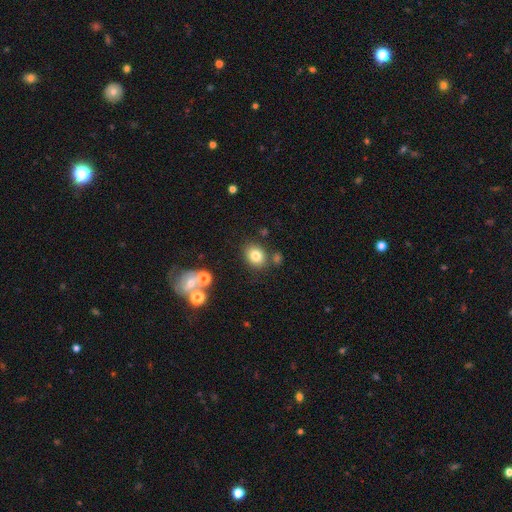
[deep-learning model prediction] Smooth or featured? Predicted: smooth (p=0.79). How rounded? Predicted: round (p=0.63). Merging? Predicted: none (p=0.78).